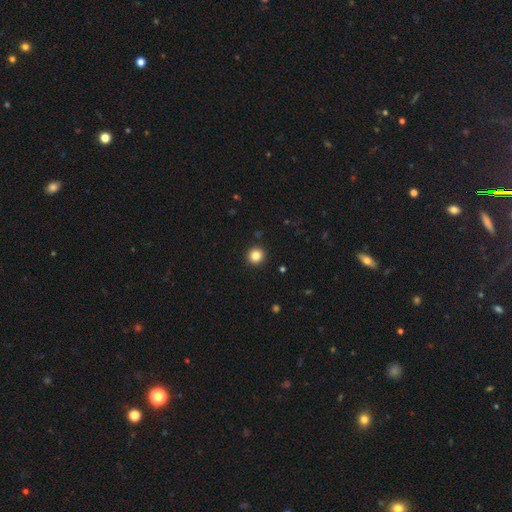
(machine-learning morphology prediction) Smooth or featured: smooth — 84% (star or artifact — 11%)
How rounded: round — 94% (in between — 5%)
Merging: none — 93% (minor disturbance — 4%)